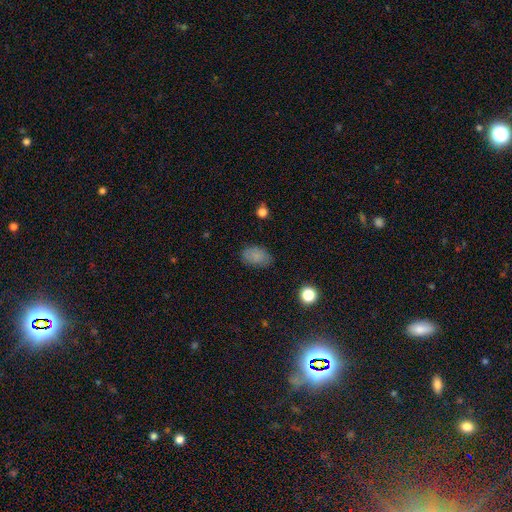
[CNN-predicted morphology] This is clearly a smooth galaxy (83%). How rounded: clearly in between (85%). Merging: likely none (78%).